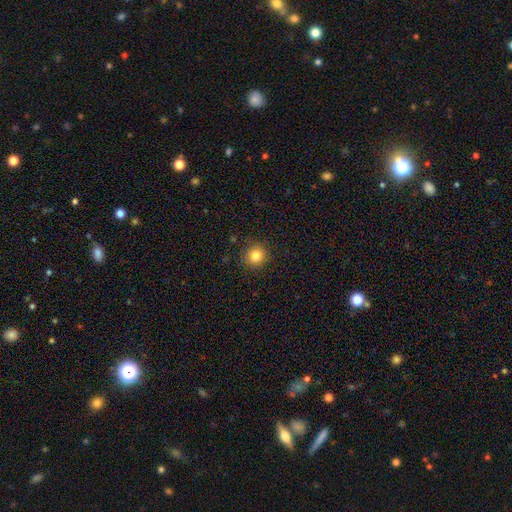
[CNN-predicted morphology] Smooth or featured? smooth (84%)
How rounded? round (91%)
Merging? none (89%)